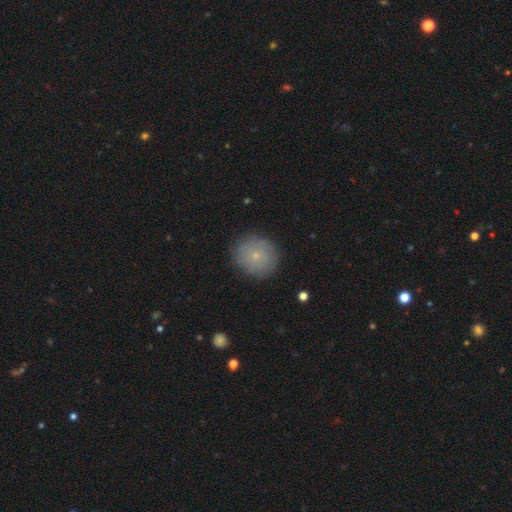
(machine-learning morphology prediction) A smooth galaxy with no disk features (64%) that is round (88%).

Vote fractions:
- Smooth or featured? smooth: 64% / featured or disk: 27% / star or artifact: 9%
- How rounded? round: 88% / in between: 11% / cigar-shaped: 1%
- Merging? none: 84% / minor disturbance: 12% / major disturbance: 3% / merger: 1%